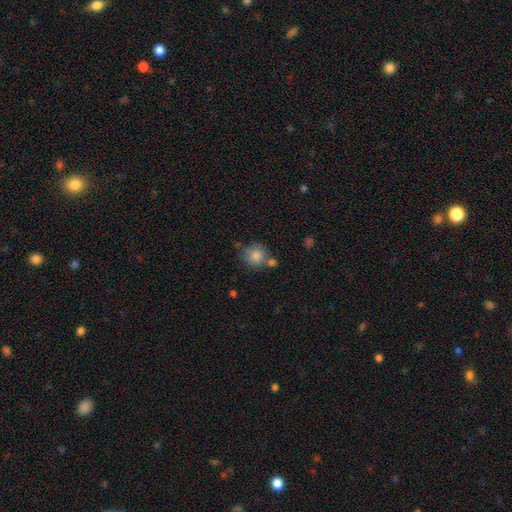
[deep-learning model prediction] Smooth or featured? smooth (82%)
How rounded? round (87%)
Merging? none (58%)